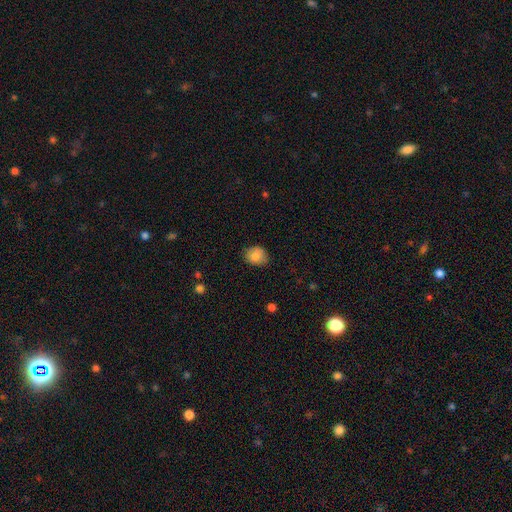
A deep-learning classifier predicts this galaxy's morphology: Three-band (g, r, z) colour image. It shows a smooth galaxy with no disk features (85%) that is round (59%). Merging: none (79%).